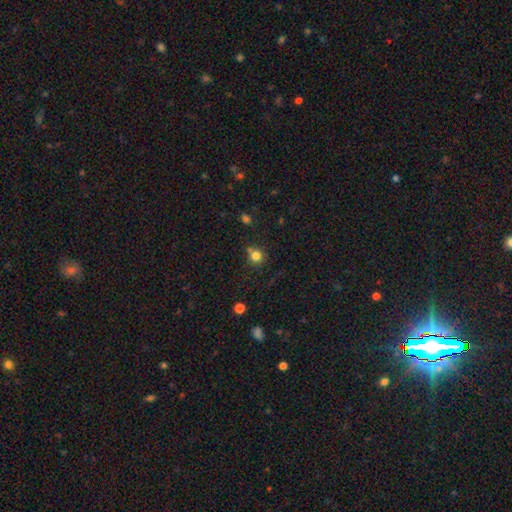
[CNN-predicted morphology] smooth-or-featured: smooth: 80% | star or artifact: 14% | featured or disk: 6%
  how-rounded: round: 89% | in between: 10% | cigar-shaped: 1%
  merging: none: 70% | merger: 14% | minor disturbance: 12% | major disturbance: 4%